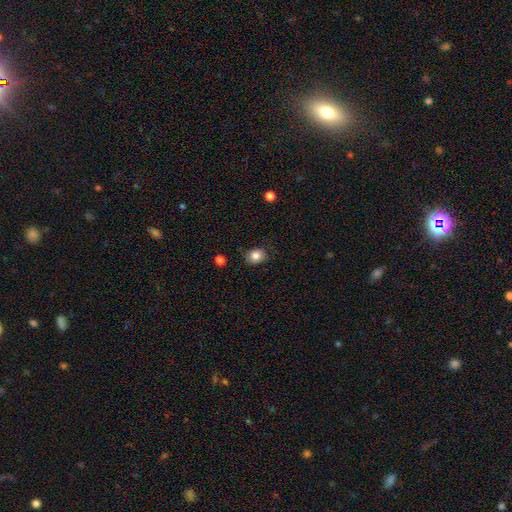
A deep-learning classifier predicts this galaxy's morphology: A smooth galaxy with no disk features (84%) that is round (51%).

Vote fractions:
- Smooth or featured? smooth: 84% / star or artifact: 10% / featured or disk: 6%
- How rounded? round: 51% / in between: 48% / cigar-shaped: 1%
- Merging? none: 78% / minor disturbance: 17% / major disturbance: 3% / merger: 1%